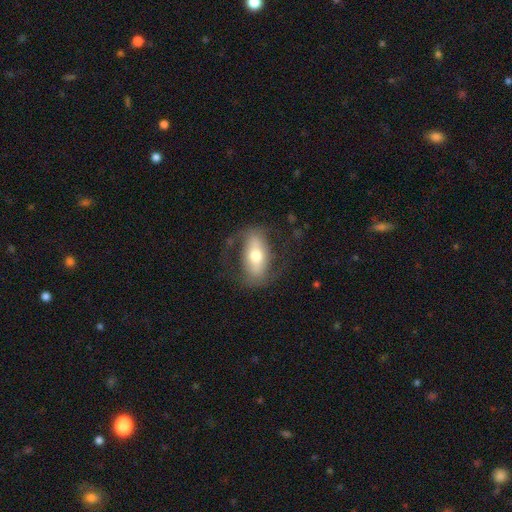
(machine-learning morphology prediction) Overall: featured or disk (51%; smooth 42%). Edge-on disk: no (76%). Merging: none (68%).